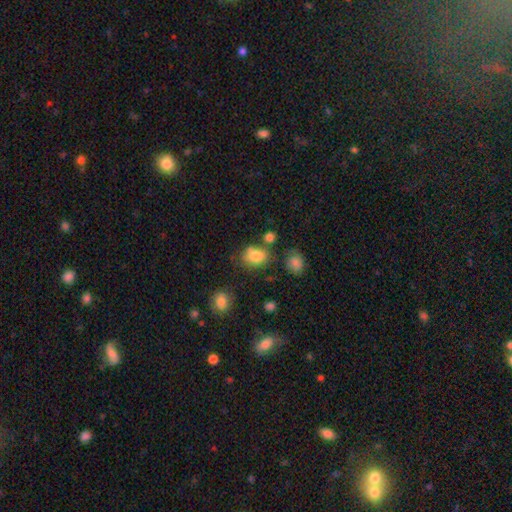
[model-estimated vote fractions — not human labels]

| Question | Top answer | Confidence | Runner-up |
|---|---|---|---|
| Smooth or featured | smooth | 81% | star or artifact (11%) |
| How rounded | in between | 65% | round (34%) |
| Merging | none | 58% | minor disturbance (22%) |